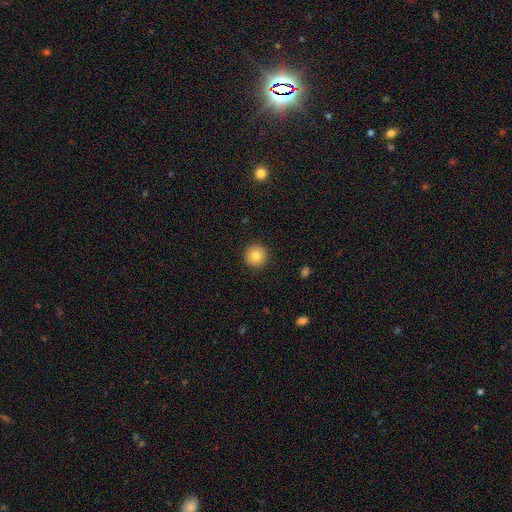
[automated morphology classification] smooth-or-featured: smooth: 82% | featured or disk: 10% | star or artifact: 9%
  how-rounded: round: 96% | in between: 3% | cigar-shaped: 1%
  merging: none: 92% | minor disturbance: 5% | major disturbance: 2% | merger: 1%